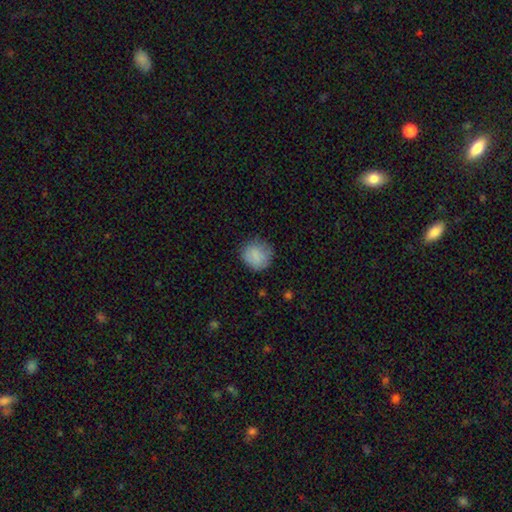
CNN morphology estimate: Smooth or featured? smooth (83%)
How rounded? round (84%)
Merging? none (76%)